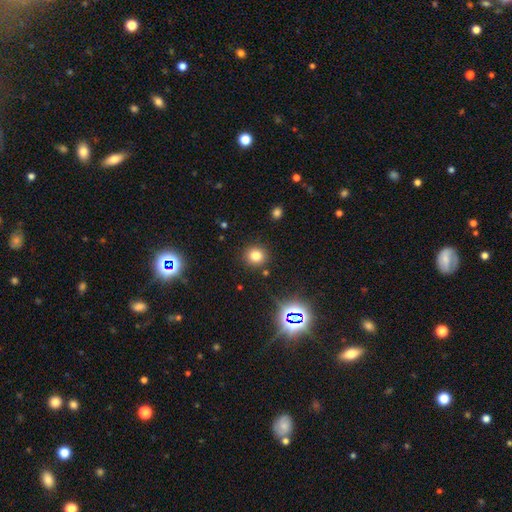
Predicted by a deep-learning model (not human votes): smooth_or_featured: smooth (p=0.77) [alt: star or artifact p=0.16]
how_rounded: round (p=0.87) [alt: in between p=0.12]
merging: none (p=0.88) [alt: minor disturbance p=0.07]